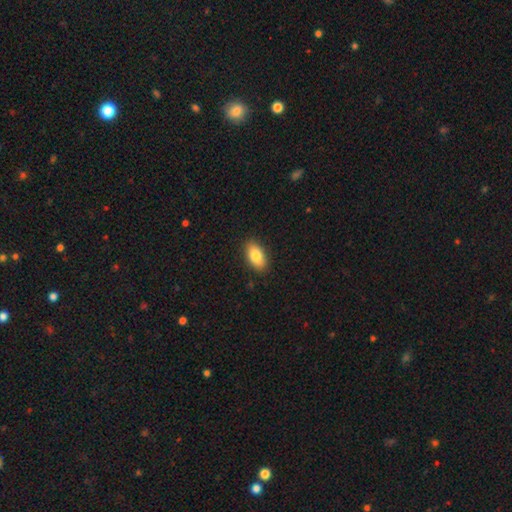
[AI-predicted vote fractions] smooth-or-featured: smooth: 83% | featured or disk: 10% | star or artifact: 7%
  how-rounded: in between: 91% | round: 5% | cigar-shaped: 3%
  merging: none: 89% | minor disturbance: 8% | major disturbance: 2% | merger: 1%